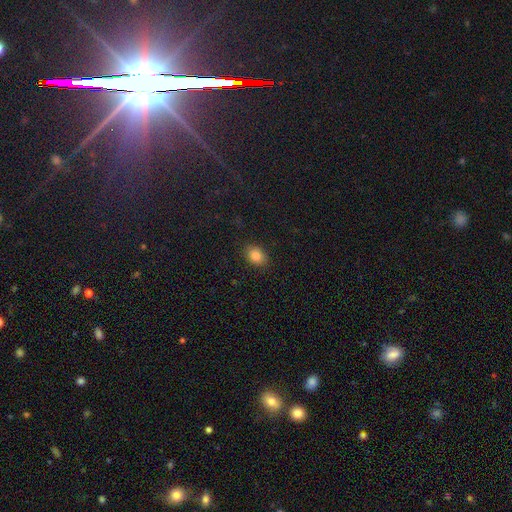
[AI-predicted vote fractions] A smooth galaxy with no disk features (83%) that is in between round and cigar-shaped (65%).

Vote fractions:
- Smooth or featured? smooth: 83% / star or artifact: 10% / featured or disk: 6%
- How rounded? in between: 65% / round: 34% / cigar-shaped: 1%
- Merging? none: 88% / minor disturbance: 9% / major disturbance: 2% / merger: 1%